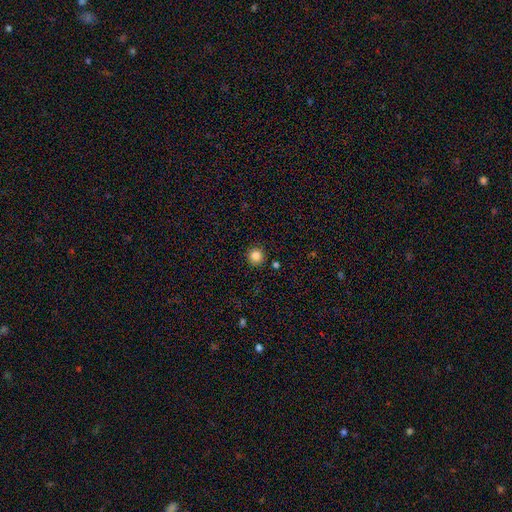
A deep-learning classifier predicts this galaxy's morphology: smooth-or-featured: smooth: 84% | star or artifact: 11% | featured or disk: 4%
  how-rounded: round: 95% | in between: 4% | cigar-shaped: 1%
  merging: none: 91% | minor disturbance: 5% | major disturbance: 2% | merger: 2%